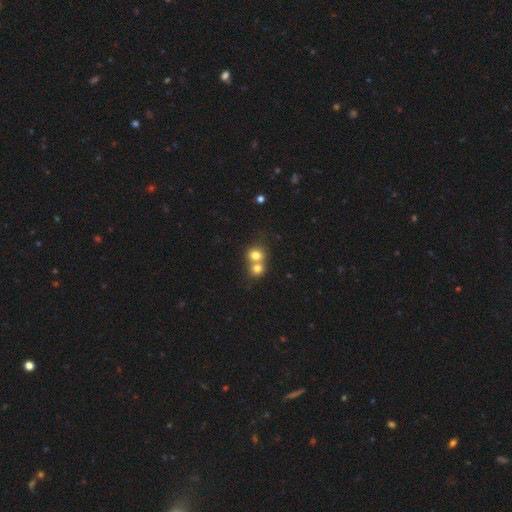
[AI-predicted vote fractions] smooth_or_featured: smooth (p=0.76) [alt: featured or disk p=0.13]
how_rounded: round (p=0.77) [alt: in between p=0.22]
merging: merger (p=0.63) [alt: none p=0.30]